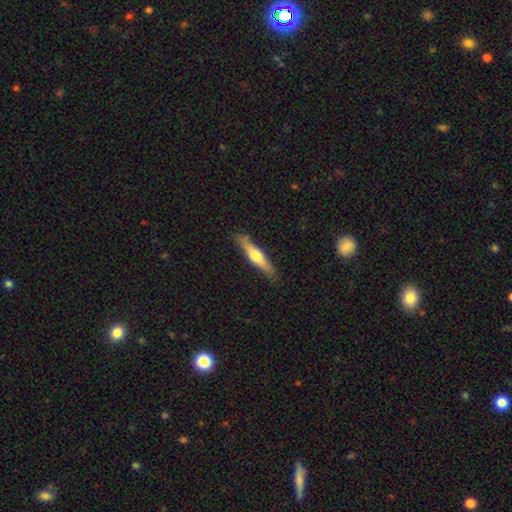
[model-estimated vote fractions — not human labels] Q: Smooth or featured?
A: featured or disk (48%); runner-up: smooth (47%)
Q: Merging?
A: none (84%); runner-up: minor disturbance (12%)